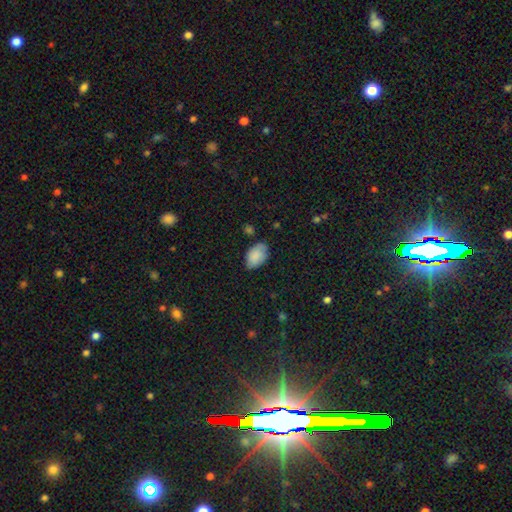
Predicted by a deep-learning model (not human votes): Smooth or featured: smooth — 84% (featured or disk — 8%)
How rounded: in between — 90% (round — 9%)
Merging: none — 68% (minor disturbance — 25%)